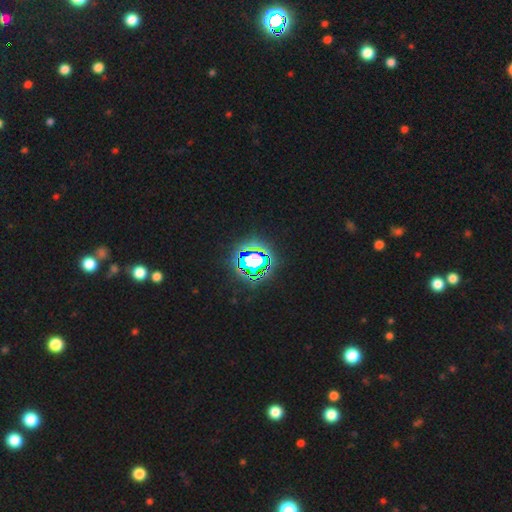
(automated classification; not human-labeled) Smooth or featured: star or artifact — 67% (smooth — 17%)